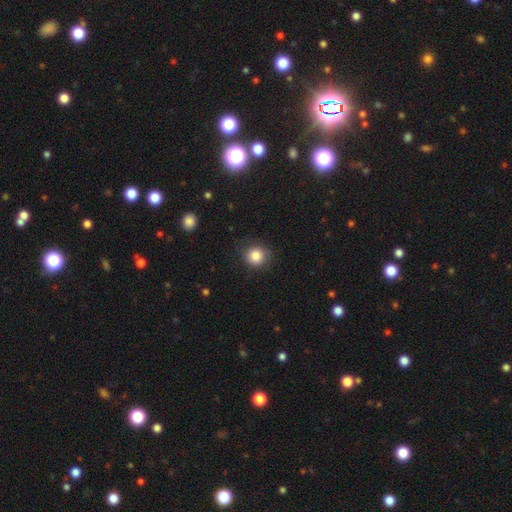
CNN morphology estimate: This is clearly a smooth galaxy (84%). How rounded: clearly round (91%). Merging: clearly none (84%).